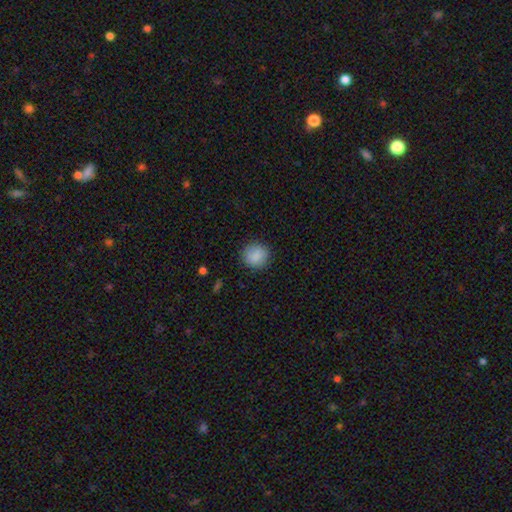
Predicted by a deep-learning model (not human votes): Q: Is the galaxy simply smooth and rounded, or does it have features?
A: smooth — 88%.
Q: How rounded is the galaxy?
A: round — 90%.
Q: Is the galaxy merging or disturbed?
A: none — 88%.